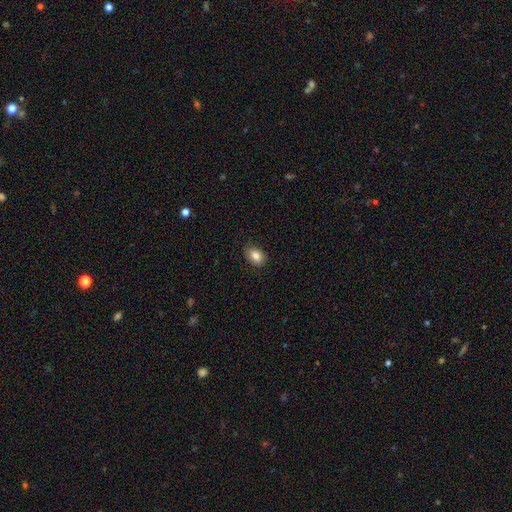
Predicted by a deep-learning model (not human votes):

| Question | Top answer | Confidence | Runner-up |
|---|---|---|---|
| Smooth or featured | smooth | 85% | star or artifact (8%) |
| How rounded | in between | 79% | round (20%) |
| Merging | none | 85% | minor disturbance (12%) |